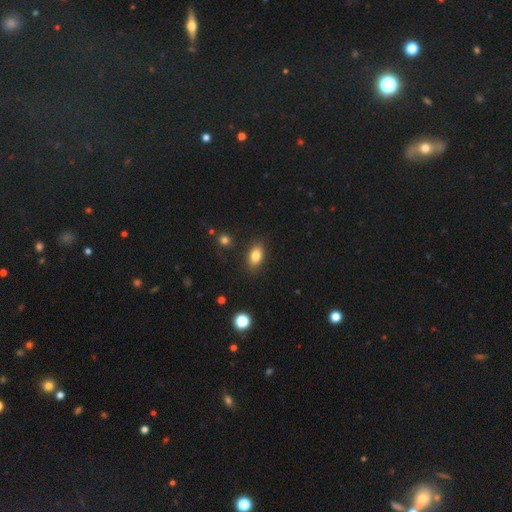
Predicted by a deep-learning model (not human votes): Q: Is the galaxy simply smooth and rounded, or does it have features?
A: smooth — 82%.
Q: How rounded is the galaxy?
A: in between — 86%.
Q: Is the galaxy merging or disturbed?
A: none — 86%.